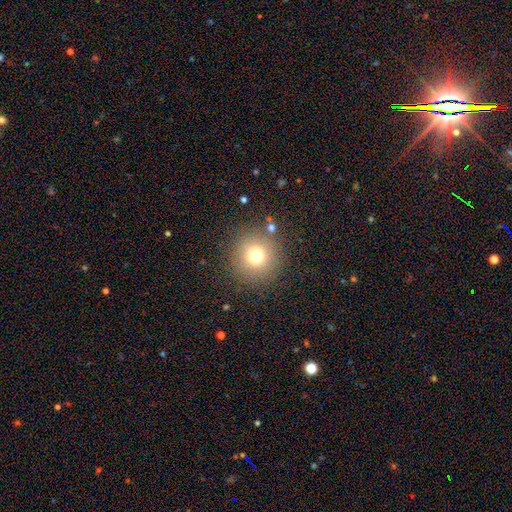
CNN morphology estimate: Smooth or featured? Predicted: smooth (p=0.73). How rounded? Predicted: round (p=0.95). Merging? Predicted: none (p=0.85).